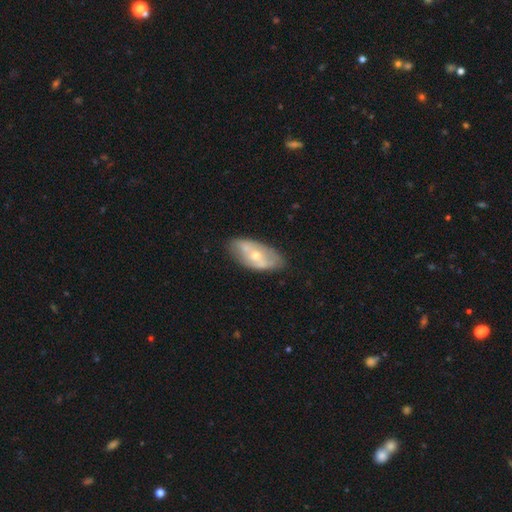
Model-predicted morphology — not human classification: Overall: featured or disk (56%; smooth 37%). Edge-on disk: no (87%). Merging: none (70%).